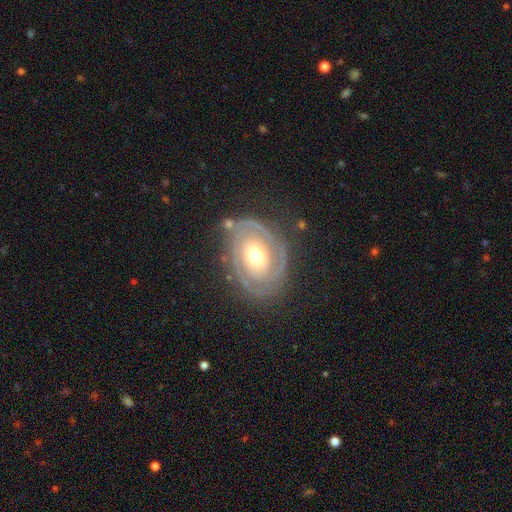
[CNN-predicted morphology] smooth_or_featured: featured or disk (p=0.81) [alt: smooth p=0.13]
disk_edge_on: no (p=0.96) [alt: yes p=0.04]
bar: no (p=0.79) [alt: weak p=0.15]
has_spiral_arms: yes (p=0.81) [alt: no p=0.19]
spiral_winding: tight (p=0.72) [alt: medium p=0.21]
spiral_arm_count: 2 (p=0.54) [alt: can't tell p=0.21]
bulge_size: moderate (p=0.68) [alt: small p=0.17]
merging: none (p=0.75) [alt: minor disturbance p=0.15]